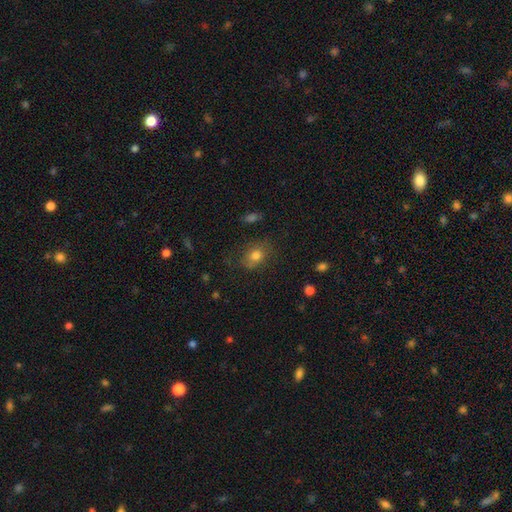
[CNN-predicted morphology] Smooth or featured? smooth (77%)
How rounded? in between (56%)
Merging? none (65%)